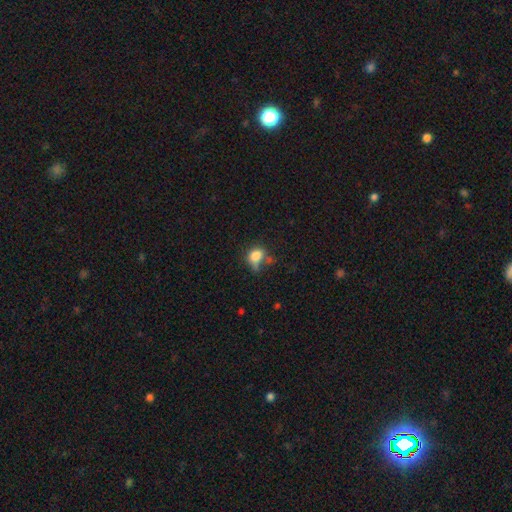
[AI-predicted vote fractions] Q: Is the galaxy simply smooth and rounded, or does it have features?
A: smooth — 78%.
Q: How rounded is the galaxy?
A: in between — 51%.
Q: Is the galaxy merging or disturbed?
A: none — 40%.